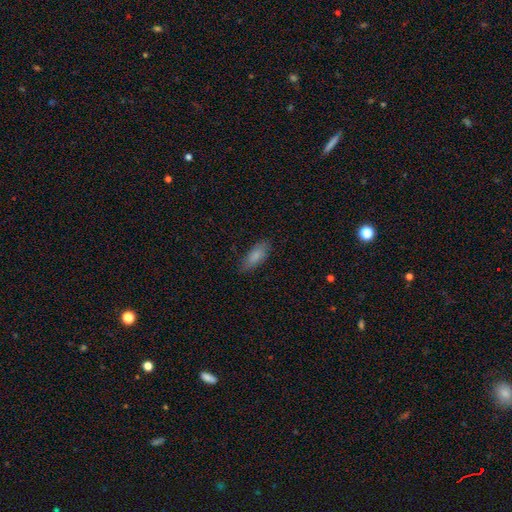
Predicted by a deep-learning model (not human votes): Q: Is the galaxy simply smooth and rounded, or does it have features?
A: smooth — 82%.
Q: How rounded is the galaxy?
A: in between — 78%.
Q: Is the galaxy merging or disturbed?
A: none — 80%.